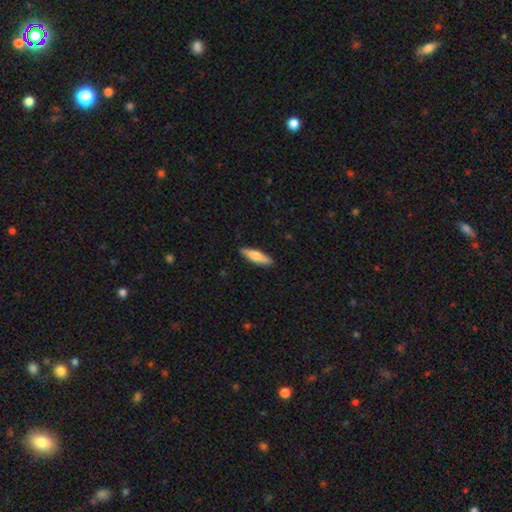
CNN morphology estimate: smooth-or-featured: smooth: 68% | featured or disk: 26% | star or artifact: 5%
  how-rounded: cigar-shaped: 66% | in between: 32% | round: 2%
  merging: none: 89% | minor disturbance: 8% | major disturbance: 2% | merger: 1%